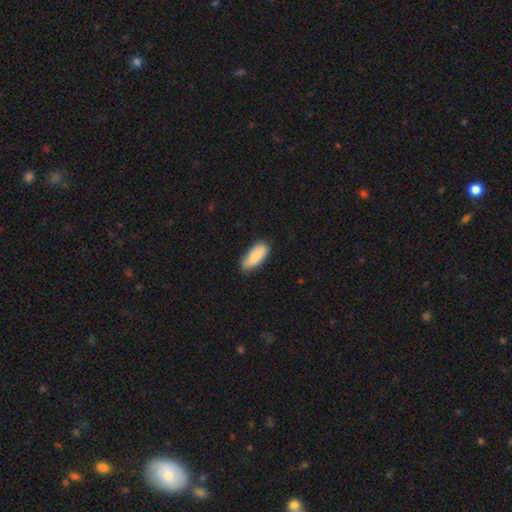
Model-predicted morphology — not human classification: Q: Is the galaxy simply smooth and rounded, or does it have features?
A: smooth — 88%.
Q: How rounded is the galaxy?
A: in between — 82%.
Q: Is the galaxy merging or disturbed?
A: none — 79%.